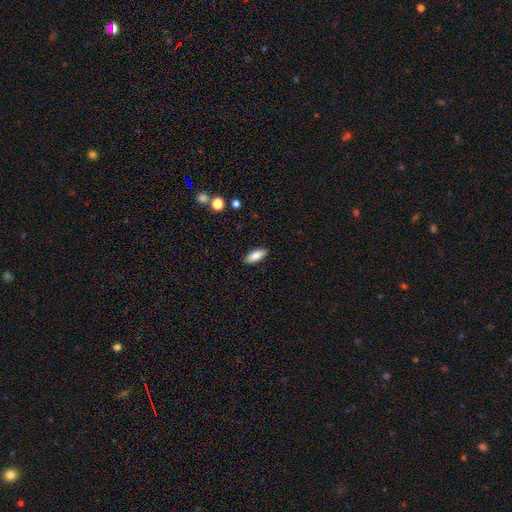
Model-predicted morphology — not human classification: This is clearly a smooth galaxy (86%). How rounded: likely in between (78%). Merging: clearly none (89%).